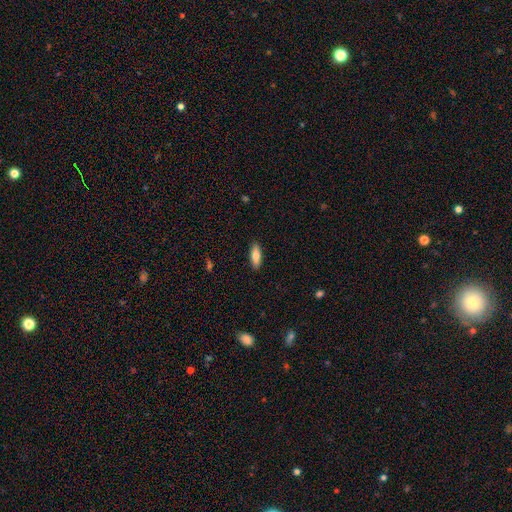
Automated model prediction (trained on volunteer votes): Morphology: type=smooth (79%); roundness=in between (69%); merging=none (90%).